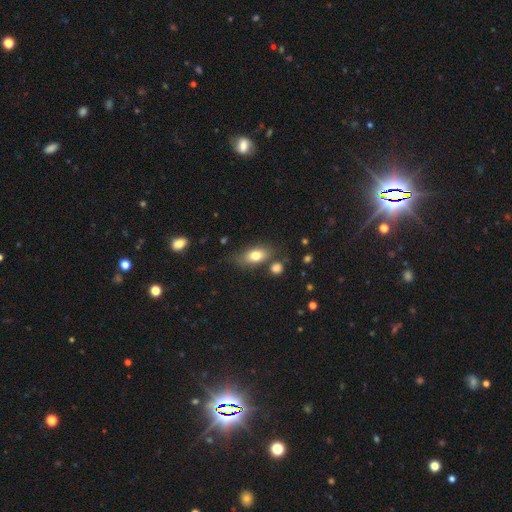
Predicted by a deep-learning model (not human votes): Q: Smooth or featured?
A: smooth (77%); runner-up: featured or disk (15%)
Q: How rounded?
A: in between (85%); runner-up: round (8%)
Q: Merging?
A: none (67%); runner-up: minor disturbance (18%)